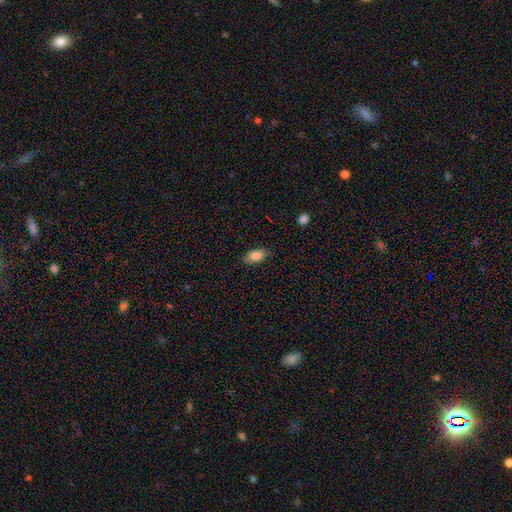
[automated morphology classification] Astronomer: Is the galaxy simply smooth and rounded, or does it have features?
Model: smooth — 86%.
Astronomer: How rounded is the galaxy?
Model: in between — 90%.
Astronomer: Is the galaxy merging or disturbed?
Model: none — 83%.